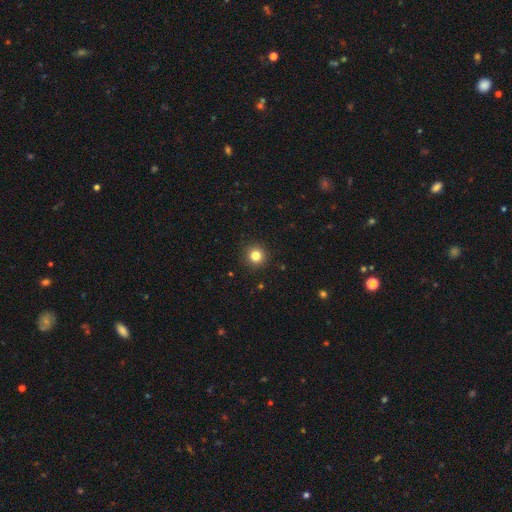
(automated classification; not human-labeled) Morphology: type=smooth (82%); roundness=round (95%); merging=none (93%).